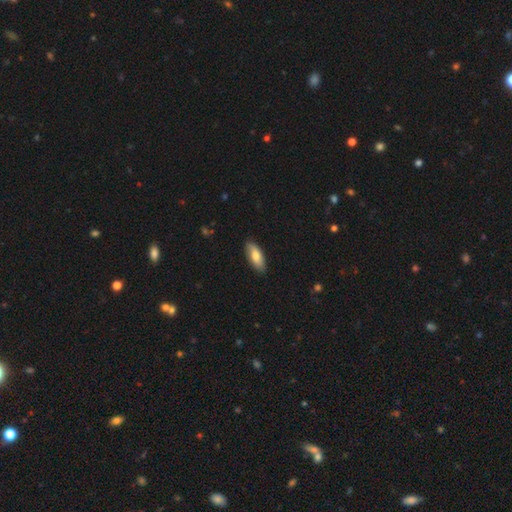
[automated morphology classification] The model was most divided on "how rounded": in between: 75%, cigar-shaped: 23%, round: 2%. More confident: merging — none (86%); smooth or featured — smooth (76%).